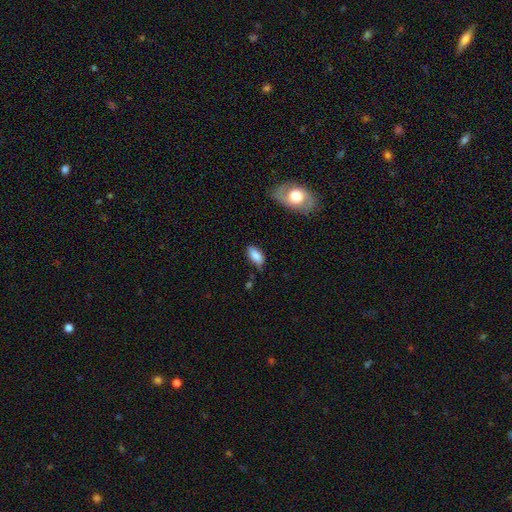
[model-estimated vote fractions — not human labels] Smooth or featured: smooth — 82% (featured or disk — 11%)
How rounded: in between — 87% (cigar-shaped — 9%)
Merging: none — 63% (minor disturbance — 28%)